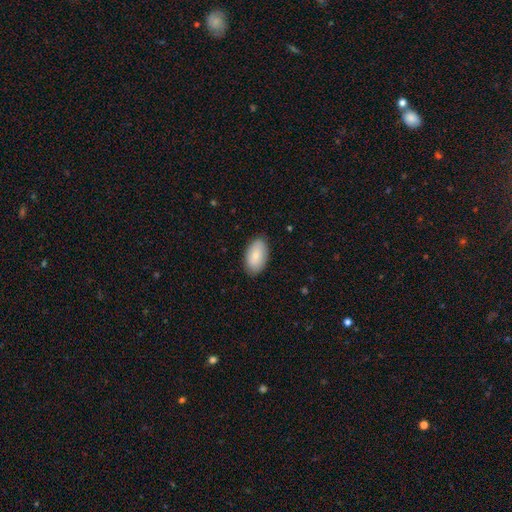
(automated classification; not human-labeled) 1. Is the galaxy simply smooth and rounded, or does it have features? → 78% smooth, 15% featured or disk, 6% star or artifact.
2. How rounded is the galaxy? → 94% in between, 5% round, 1% cigar-shaped.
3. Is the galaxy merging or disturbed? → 85% none, 12% minor disturbance, 2% major disturbance, 1% merger.